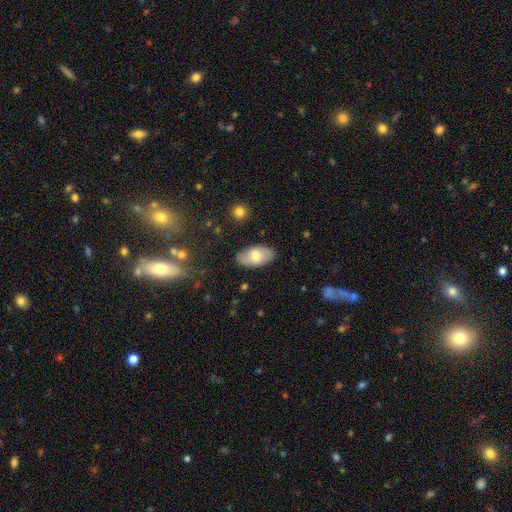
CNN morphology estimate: A smooth galaxy with no disk features (67%) that is in between round and cigar-shaped (94%).

Vote fractions:
- Smooth or featured? smooth: 67% / featured or disk: 26% / star or artifact: 7%
- How rounded? in between: 94% / round: 3% / cigar-shaped: 2%
- Merging? none: 81% / minor disturbance: 14% / major disturbance: 3% / merger: 2%